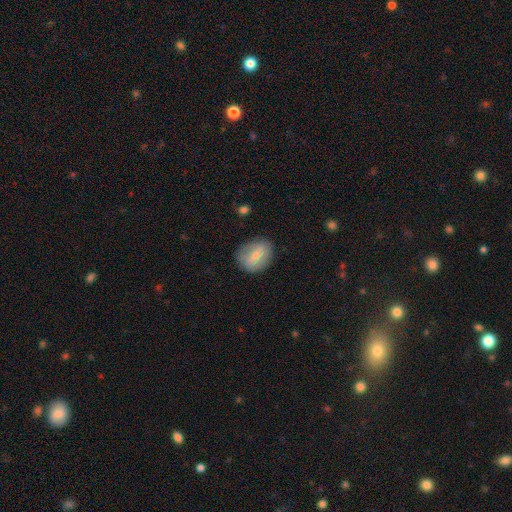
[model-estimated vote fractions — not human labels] Morphology: type=smooth (61%); roundness=in between (51%); merging=none (77%).